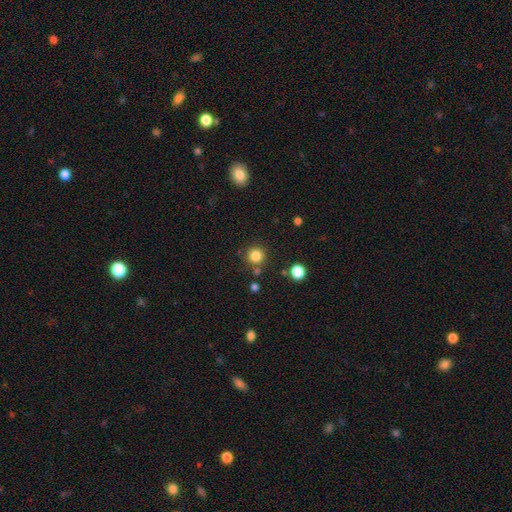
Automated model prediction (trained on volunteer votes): Q: Smooth or featured?
A: smooth (83%); runner-up: star or artifact (13%)
Q: How rounded?
A: round (94%); runner-up: in between (5%)
Q: Merging?
A: none (82%); runner-up: minor disturbance (8%)